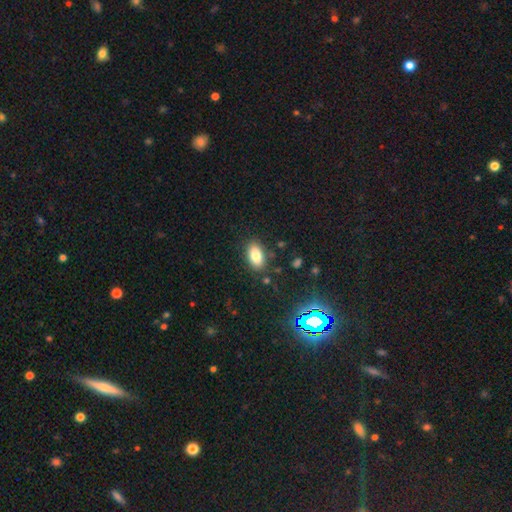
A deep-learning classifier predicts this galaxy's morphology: Smooth or featured?
  - smooth: 82% *
  - star or artifact: 10%
  - featured or disk: 8%
How rounded?
  - in between: 91% *
  - round: 6%
  - cigar-shaped: 3%
Merging?
  - none: 85% *
  - minor disturbance: 10%
  - major disturbance: 3%
  - merger: 2%